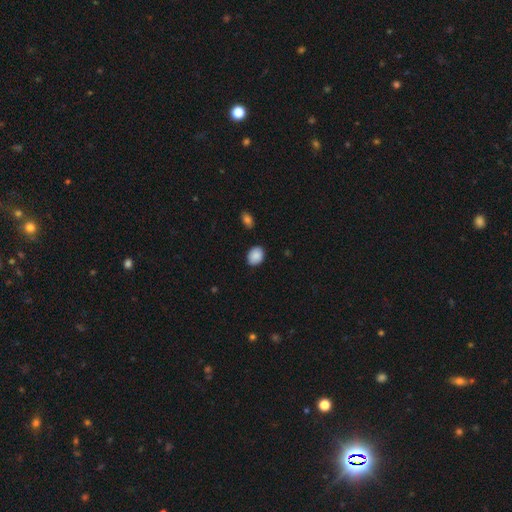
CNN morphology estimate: A smooth galaxy with no disk features (89%) that is in between round and cigar-shaped (61%).

Vote fractions:
- Smooth or featured? smooth: 89% / star or artifact: 7% / featured or disk: 4%
- How rounded? in between: 61% / round: 38% / cigar-shaped: 1%
- Merging? none: 84% / minor disturbance: 12% / major disturbance: 2% / merger: 2%